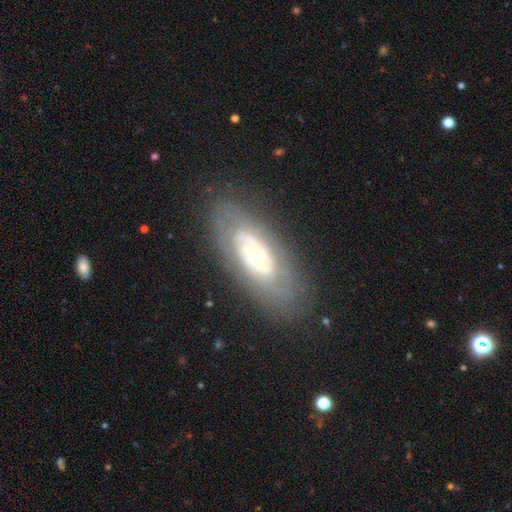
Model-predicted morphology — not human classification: smooth-or-featured: featured or disk: 71% | smooth: 22% | star or artifact: 7%
  disk-edge-on: no: 89% | yes: 11%
    bar: no: 78% | weak: 16% | strong: 6%
    has-spiral-arms: yes: 72% | no: 28%
    bulge-size: small: 66% | moderate: 24% | large: 6% | dominant: 2% | none: 2%
  merging: none: 78% | minor disturbance: 14% | major disturbance: 6% | merger: 1%